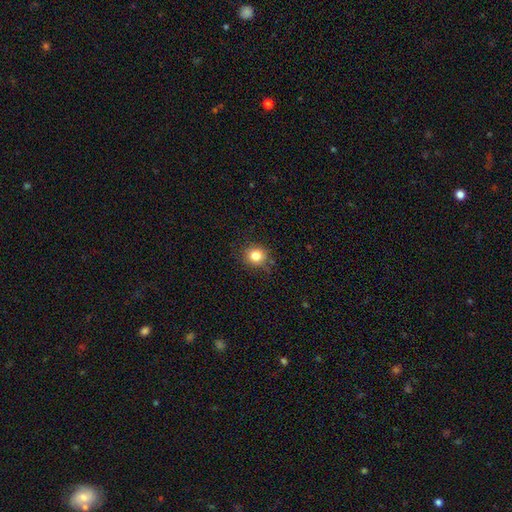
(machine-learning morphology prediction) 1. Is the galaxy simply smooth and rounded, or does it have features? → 82% smooth, 12% star or artifact, 6% featured or disk.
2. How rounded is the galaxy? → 86% round, 13% in between, 1% cigar-shaped.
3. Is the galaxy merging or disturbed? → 81% none, 14% minor disturbance, 3% major disturbance, 2% merger.